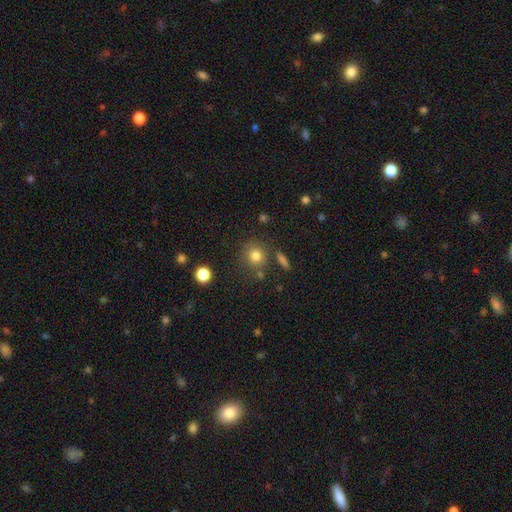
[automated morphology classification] Smooth or featured? Predicted: smooth (p=0.79). How rounded? Predicted: round (p=0.88). Merging? Predicted: none (p=0.77).